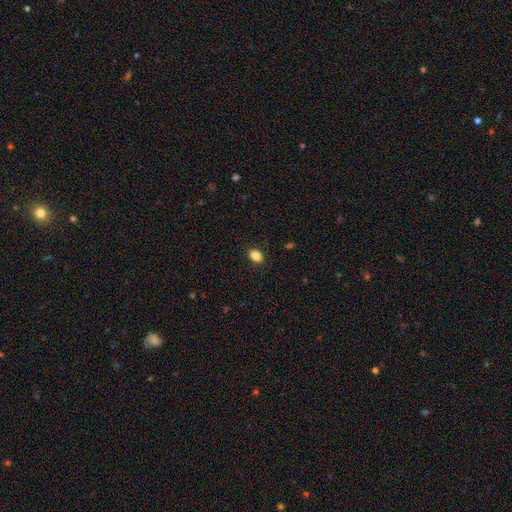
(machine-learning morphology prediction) Smooth or featured: smooth — 86% (star or artifact — 9%)
How rounded: in between — 77% (round — 22%)
Merging: none — 88% (minor disturbance — 9%)